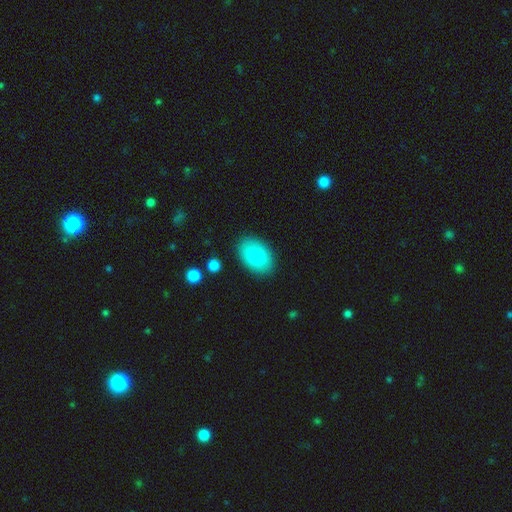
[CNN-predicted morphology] smooth-or-featured: smooth: 81% | featured or disk: 13% | star or artifact: 7%
  how-rounded: in between: 88% | round: 11% | cigar-shaped: 1%
  merging: none: 86% | minor disturbance: 10% | major disturbance: 3% | merger: 2%